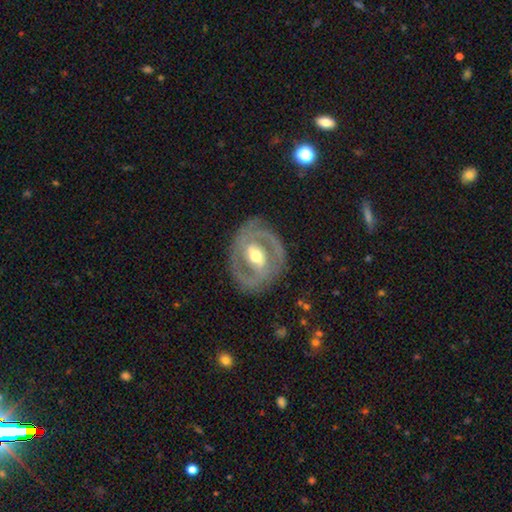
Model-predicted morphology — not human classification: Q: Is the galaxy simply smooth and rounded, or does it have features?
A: featured or disk — 78%.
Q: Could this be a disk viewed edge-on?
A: no — 95%.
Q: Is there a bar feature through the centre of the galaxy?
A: strong — 40%.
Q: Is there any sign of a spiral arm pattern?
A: yes — 66%.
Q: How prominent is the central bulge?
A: moderate — 72%.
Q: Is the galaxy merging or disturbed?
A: none — 80%.